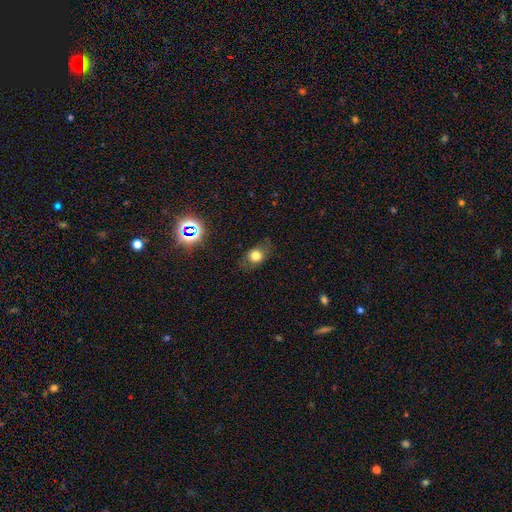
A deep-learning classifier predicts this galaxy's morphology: smooth_or_featured: smooth (p=0.71) [alt: featured or disk p=0.15]
how_rounded: in between (p=0.57) [alt: round p=0.40]
merging: none (p=0.74) [alt: minor disturbance p=0.18]